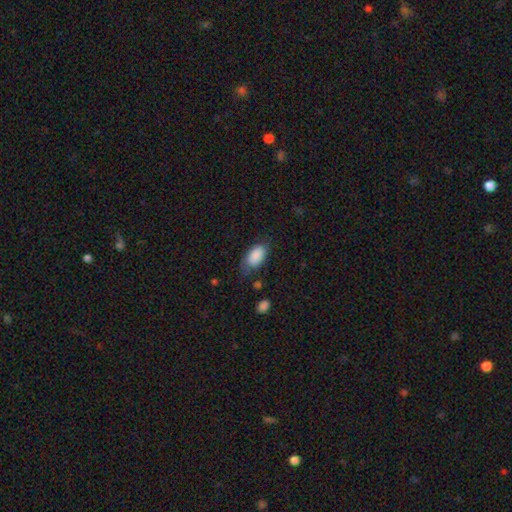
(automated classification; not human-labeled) smooth 87%, featured or disk 7%, star or artifact 7%. Down the decision tree: how rounded — in between (94%); merging — none (59%).